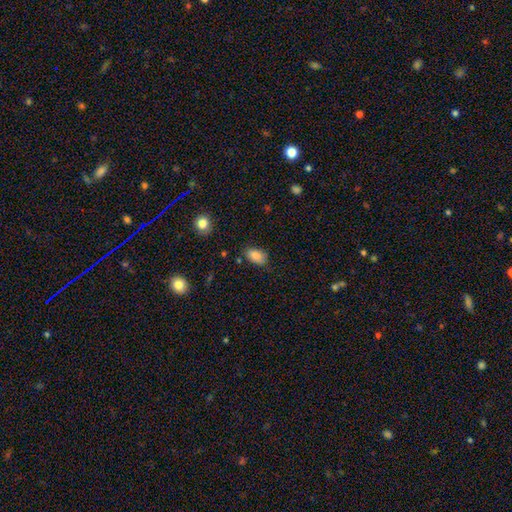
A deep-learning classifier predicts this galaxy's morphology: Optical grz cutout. It shows a smooth galaxy with no disk features (85%) that is in between round and cigar-shaped (90%). Merging: none (73%).